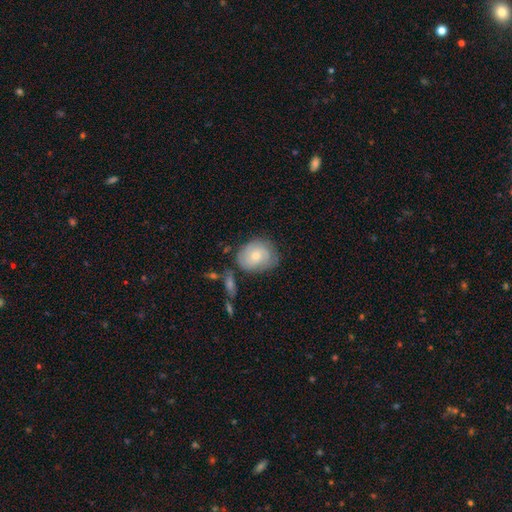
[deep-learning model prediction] Smooth or featured? Predicted: smooth (p=0.54). How rounded? Predicted: round (p=0.51). Merging? Predicted: none (p=0.63).